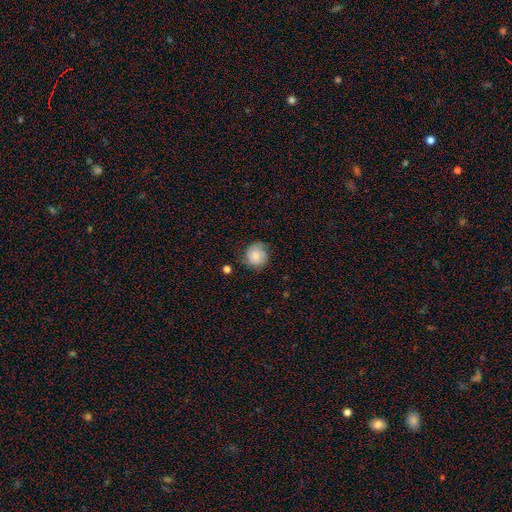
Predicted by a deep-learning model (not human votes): Smooth or featured: smooth — 74% (featured or disk — 18%)
How rounded: round — 87% (in between — 12%)
Merging: none — 69% (minor disturbance — 23%)